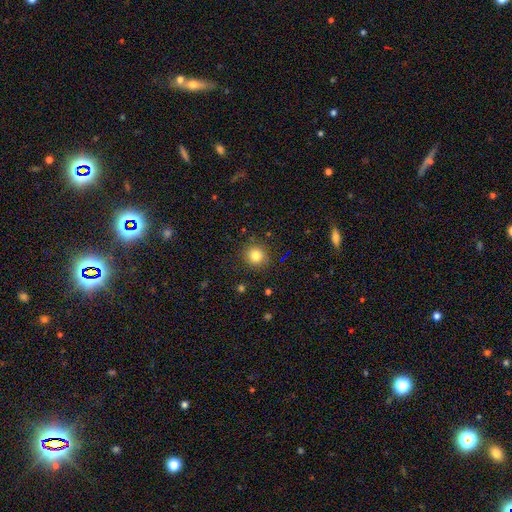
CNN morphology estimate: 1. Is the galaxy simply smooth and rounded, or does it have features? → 81% smooth, 12% star or artifact, 6% featured or disk.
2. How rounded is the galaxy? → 92% round, 7% in between, 1% cigar-shaped.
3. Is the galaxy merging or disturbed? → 89% none, 7% minor disturbance, 2% major disturbance, 1% merger.